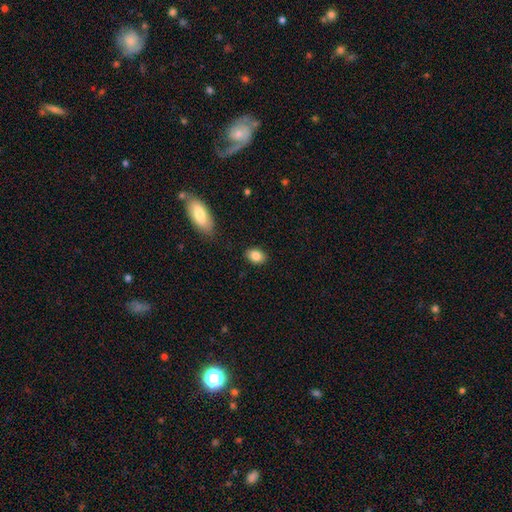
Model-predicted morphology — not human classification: Smooth or featured? smooth (85%)
How rounded? in between (73%)
Merging? none (87%)